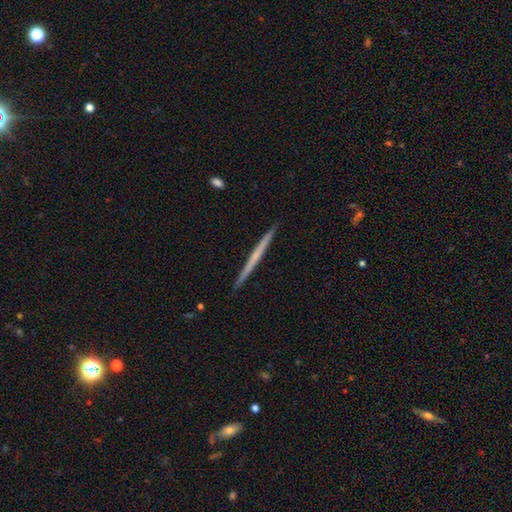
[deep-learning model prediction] Smooth or featured: featured or disk — 57% (smooth — 38%)
Edge-on disk: yes — 98% (no — 2%)
Edge-on bulge: none — 87% (rounded — 10%)
Merging: none — 93% (minor disturbance — 5%)